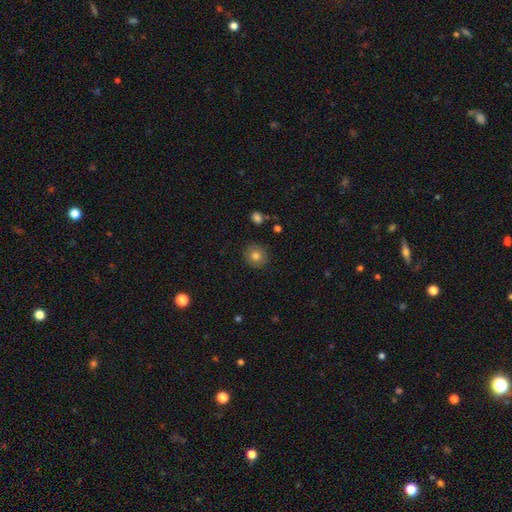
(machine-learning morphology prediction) Overall: smooth (82%). How rounded: round (89%). Merging: none (89%).